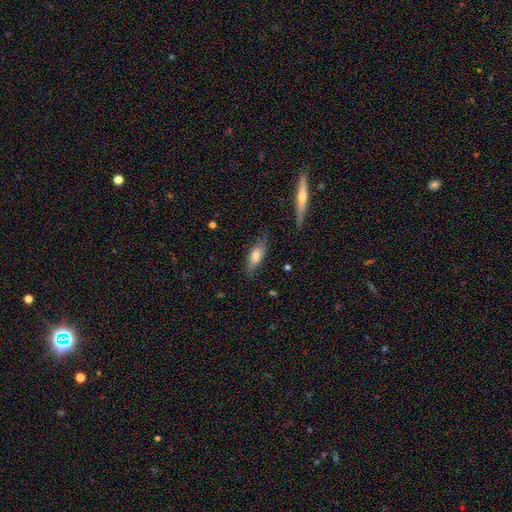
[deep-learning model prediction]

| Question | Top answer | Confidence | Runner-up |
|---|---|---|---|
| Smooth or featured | smooth | 67% | featured or disk (26%) |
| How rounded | in between | 66% | cigar-shaped (31%) |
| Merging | none | 71% | minor disturbance (22%) |